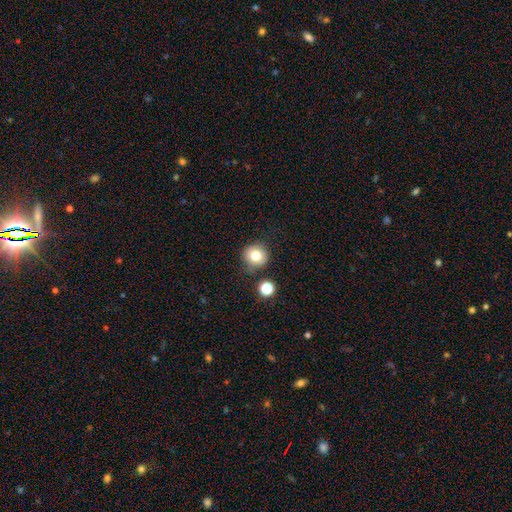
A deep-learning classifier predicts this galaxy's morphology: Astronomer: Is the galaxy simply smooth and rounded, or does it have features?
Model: smooth — 77%.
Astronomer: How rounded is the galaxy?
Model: round — 92%.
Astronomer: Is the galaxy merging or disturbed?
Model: none — 82%.